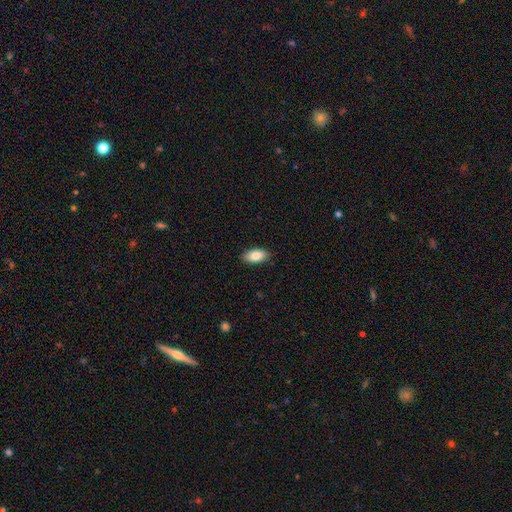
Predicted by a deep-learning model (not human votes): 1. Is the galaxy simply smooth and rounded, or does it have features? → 86% smooth, 7% featured or disk, 6% star or artifact.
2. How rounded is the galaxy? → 92% in between, 5% cigar-shaped, 3% round.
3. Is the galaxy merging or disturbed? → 88% none, 9% minor disturbance, 2% major disturbance, 1% merger.